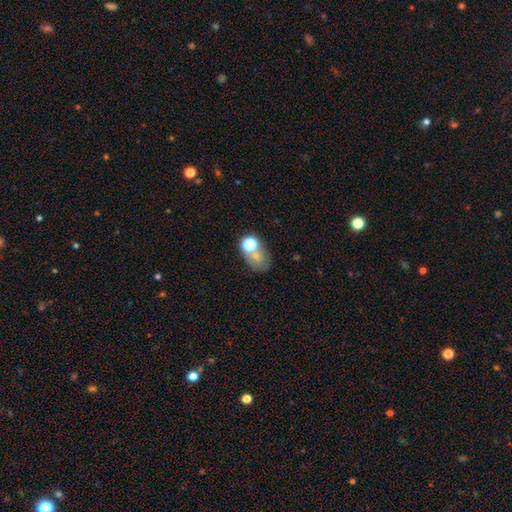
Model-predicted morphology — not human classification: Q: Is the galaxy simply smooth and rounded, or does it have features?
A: smooth — 63%.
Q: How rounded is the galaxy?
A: in between — 58%.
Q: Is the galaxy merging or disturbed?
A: none — 40%.